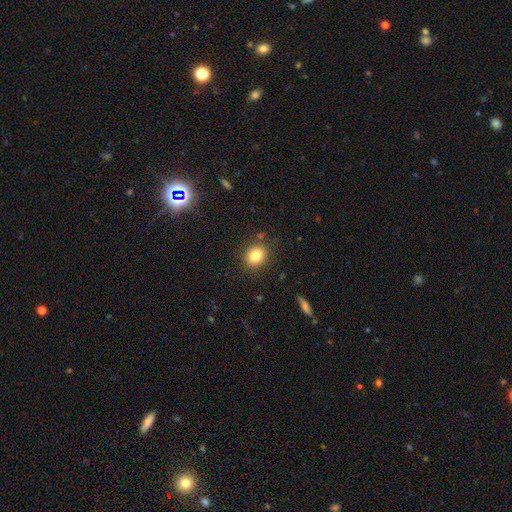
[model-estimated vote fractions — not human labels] smooth_or_featured: smooth (p=0.81) [alt: star or artifact p=0.11]
how_rounded: round (p=0.67) [alt: in between p=0.32]
merging: none (p=0.85) [alt: minor disturbance p=0.10]